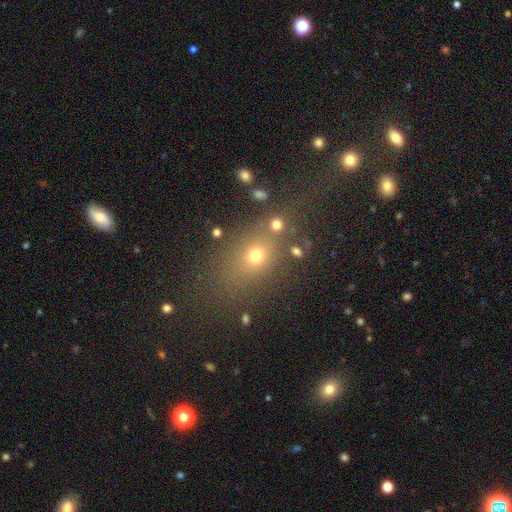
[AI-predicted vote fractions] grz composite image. It shows a smooth galaxy with no disk features (62%) that is in between round and cigar-shaped (58%). Merging: none (63%).